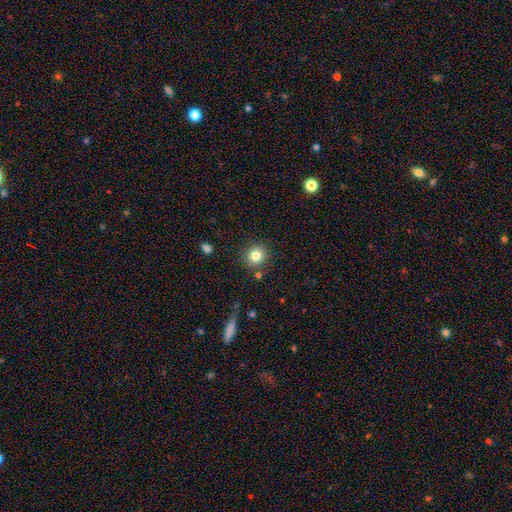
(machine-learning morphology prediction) smooth-or-featured: smooth: 82% | star or artifact: 11% | featured or disk: 7%
  how-rounded: round: 89% | in between: 10% | cigar-shaped: 1%
  merging: none: 85% | minor disturbance: 8% | merger: 4% | major disturbance: 3%